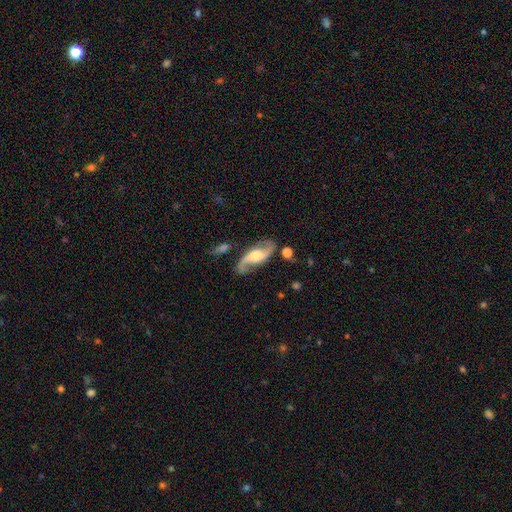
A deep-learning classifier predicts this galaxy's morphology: The model was most divided on "bar": no: 49%, weak: 37%, strong: 14%. More confident: spiral arms — yes (96%); spiral arm count — 2 (94%); edge-on disk — no (93%); smooth or featured — featured or disk (87%); merging — none (78%); spiral winding — loose (64%); bulge size — moderate (52%).